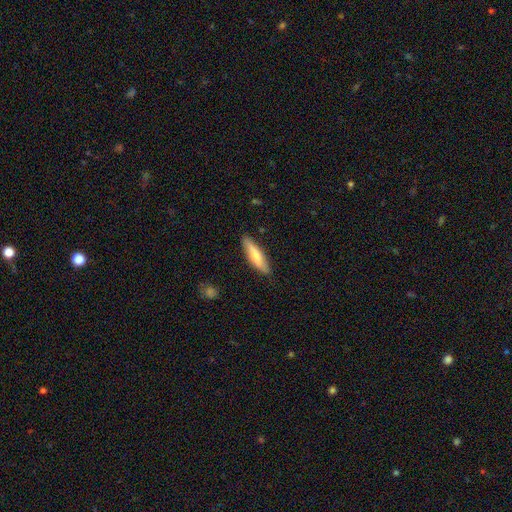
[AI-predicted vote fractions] Q: Smooth or featured?
A: smooth (69%); runner-up: featured or disk (26%)
Q: How rounded?
A: cigar-shaped (74%); runner-up: in between (24%)
Q: Merging?
A: none (85%); runner-up: minor disturbance (11%)